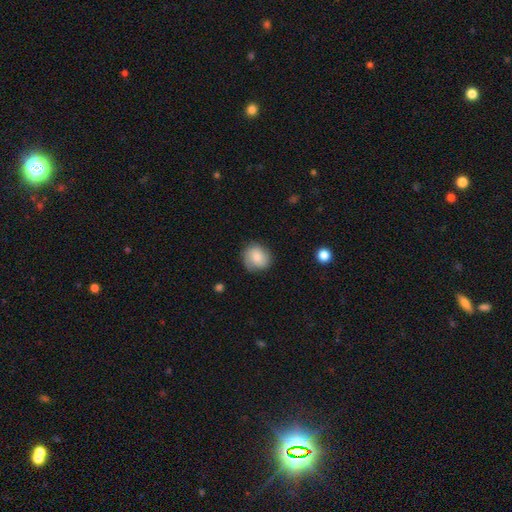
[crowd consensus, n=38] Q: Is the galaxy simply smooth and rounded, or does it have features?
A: smooth — 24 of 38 (63%).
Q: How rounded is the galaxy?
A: round — 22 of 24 (92%).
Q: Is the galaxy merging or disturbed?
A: none — 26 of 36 (72%).